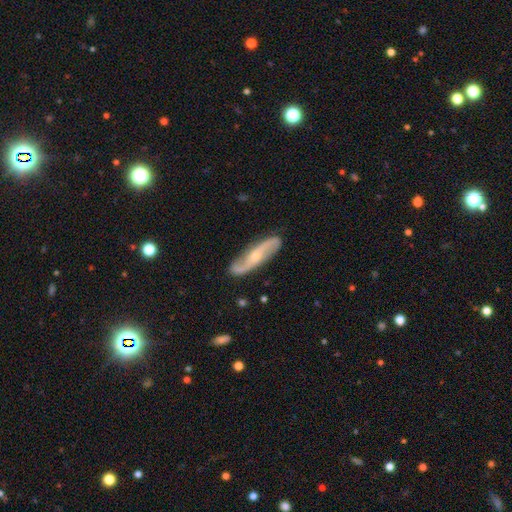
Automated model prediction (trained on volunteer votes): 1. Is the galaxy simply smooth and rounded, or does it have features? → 80% featured or disk, 14% smooth, 5% star or artifact.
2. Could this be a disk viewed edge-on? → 83% no, 17% yes.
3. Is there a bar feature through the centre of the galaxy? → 52% no, 32% weak, 16% strong.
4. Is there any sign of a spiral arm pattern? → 95% yes, 5% no.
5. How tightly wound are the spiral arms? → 57% loose, 31% medium, 12% tight.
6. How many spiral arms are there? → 92% 2, 4% can't tell, 1% 1, 1% 3, 1% 4, 1% more than 4.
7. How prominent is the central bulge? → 57% small, 37% moderate, 3% none, 2% large, 1% dominant.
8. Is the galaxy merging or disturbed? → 84% none, 12% minor disturbance, 3% major disturbance, 1% merger.